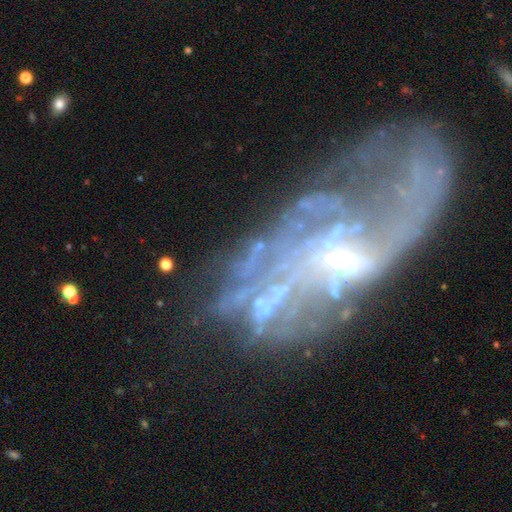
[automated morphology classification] The model was most divided on "spiral arms": no: 57%, yes: 43%. Remaining: edge-on disk — no (94%); smooth or featured — featured or disk (69%); bar — no (55%); merging — major disturbance (43%); bulge size — small (42%).